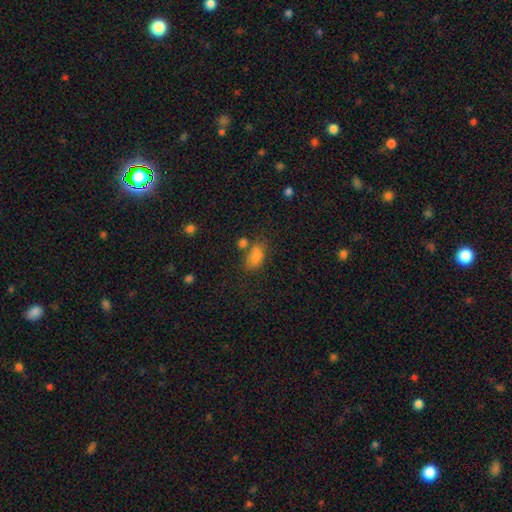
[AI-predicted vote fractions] Q: Smooth or featured?
A: smooth (80%); runner-up: star or artifact (12%)
Q: How rounded?
A: in between (89%); runner-up: round (8%)
Q: Merging?
A: none (52%); runner-up: minor disturbance (20%)